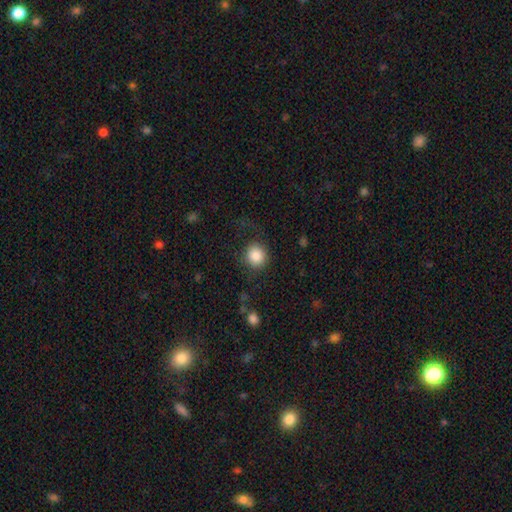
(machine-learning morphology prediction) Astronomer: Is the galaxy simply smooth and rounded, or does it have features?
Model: smooth — 87%.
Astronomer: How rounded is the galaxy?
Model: round — 86%.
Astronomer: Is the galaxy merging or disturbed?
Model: none — 78%.